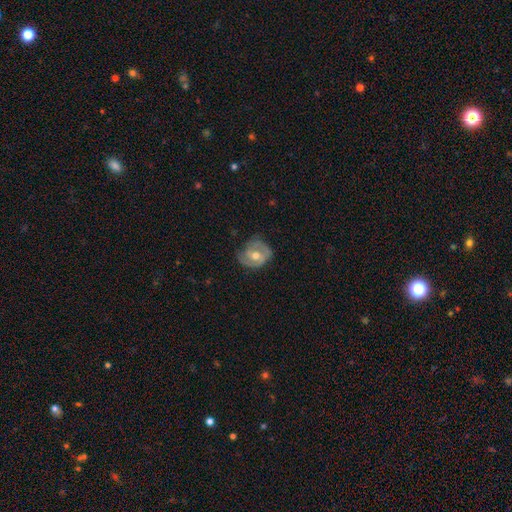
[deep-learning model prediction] Morphology: type=featured or disk (63%); edge-on=no (96%); bar=no (58%); spiral arms=yes (71%); bulge=moderate (76%); merging=none (58%).